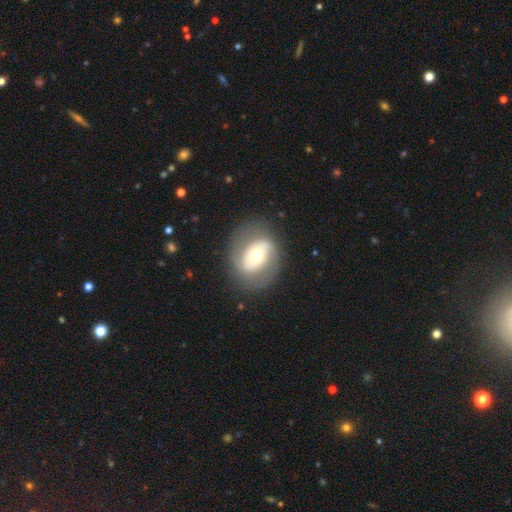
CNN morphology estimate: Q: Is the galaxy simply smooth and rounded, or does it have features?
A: featured or disk — 63%.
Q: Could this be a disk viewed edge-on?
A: no — 96%.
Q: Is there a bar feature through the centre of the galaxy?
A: no — 46%.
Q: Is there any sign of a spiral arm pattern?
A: yes — 67%.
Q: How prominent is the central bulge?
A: moderate — 66%.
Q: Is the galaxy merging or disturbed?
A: none — 76%.